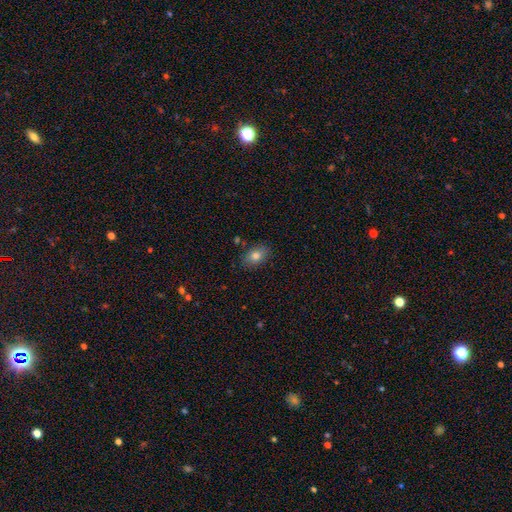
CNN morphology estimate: A smooth galaxy with no disk features (81%) that is in between round and cigar-shaped (82%).

Vote fractions:
- Smooth or featured? smooth: 81% / featured or disk: 10% / star or artifact: 9%
- How rounded? in between: 82% / round: 16% / cigar-shaped: 1%
- Merging? none: 84% / minor disturbance: 12% / major disturbance: 2% / merger: 2%